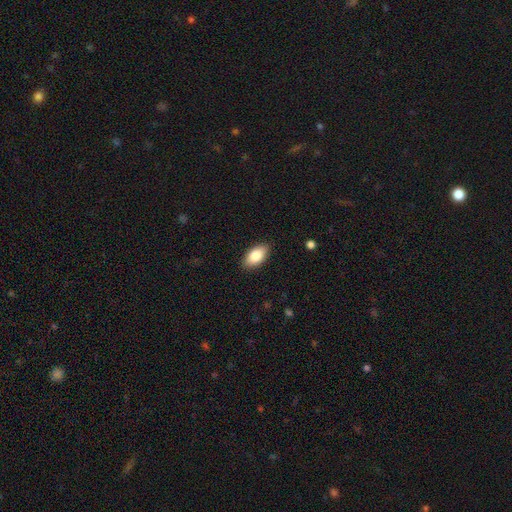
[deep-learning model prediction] smooth 84%, featured or disk 9%, star or artifact 6%. Down the decision tree: how rounded — in between (94%); merging — none (89%).